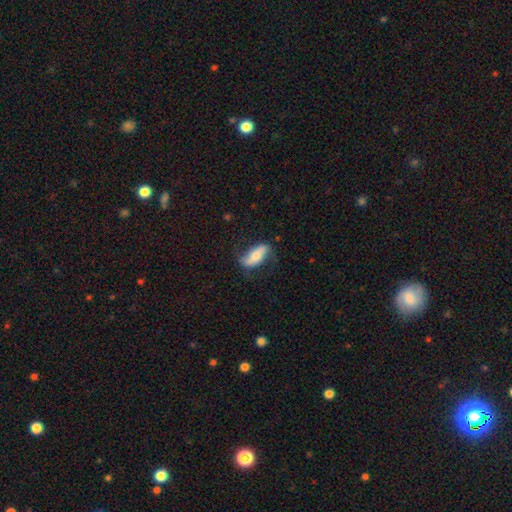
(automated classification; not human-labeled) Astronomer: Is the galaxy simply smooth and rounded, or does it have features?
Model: featured or disk — 52% (runner-up: smooth, 41%).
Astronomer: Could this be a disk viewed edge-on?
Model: no — 82%.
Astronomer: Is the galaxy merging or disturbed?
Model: none — 67%.